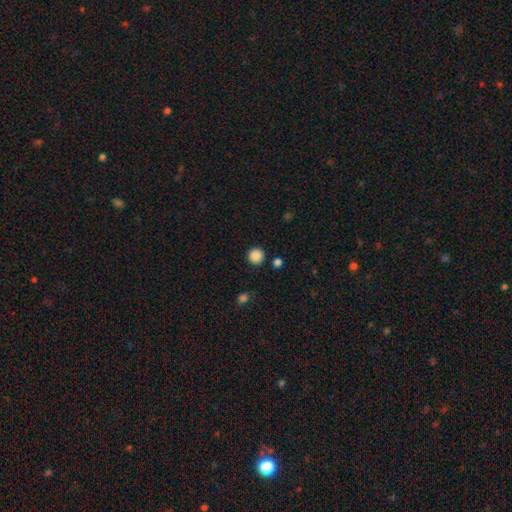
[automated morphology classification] type=smooth (87%); roundness=round (95%); merging=none (89%).